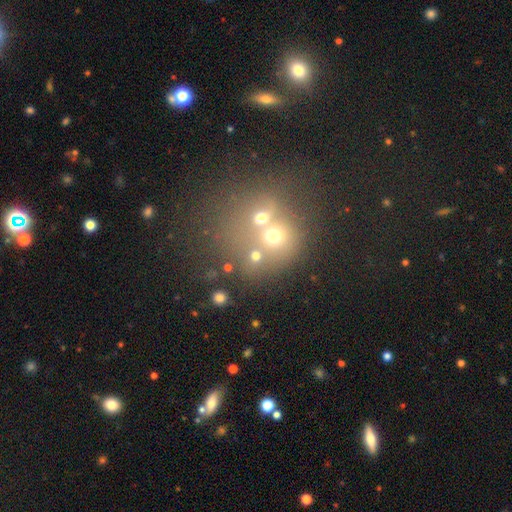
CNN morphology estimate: A smooth galaxy with no disk features (65%) that is round (76%). Merging: merger (48%).